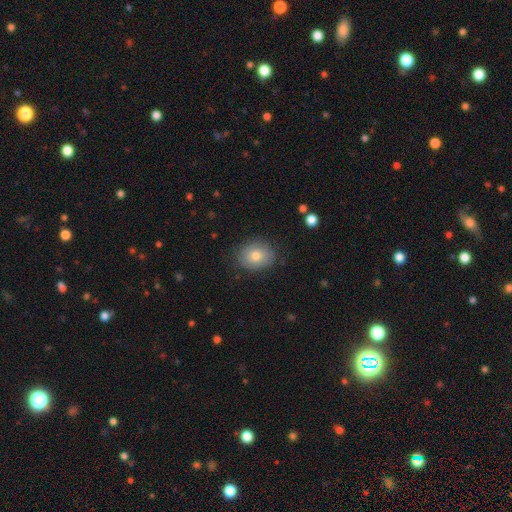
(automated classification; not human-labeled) The model was most divided on "how rounded": round: 51%, in between: 48%, cigar-shaped: 1%. More confident: merging — none (83%); smooth or featured — smooth (76%).